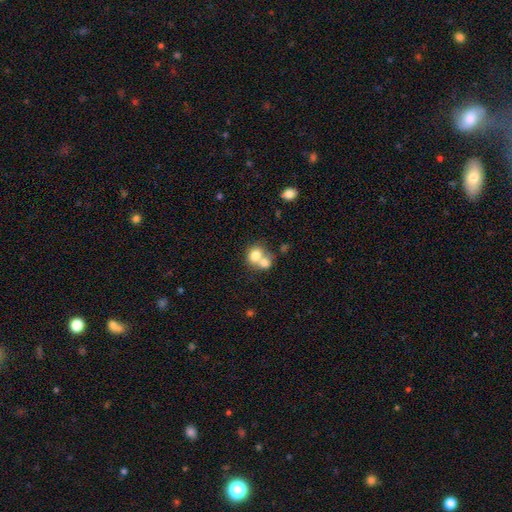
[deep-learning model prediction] Smooth or featured: smooth — 74% (featured or disk — 16%)
How rounded: round — 66% (in between — 33%)
Merging: merger — 62% (none — 29%)